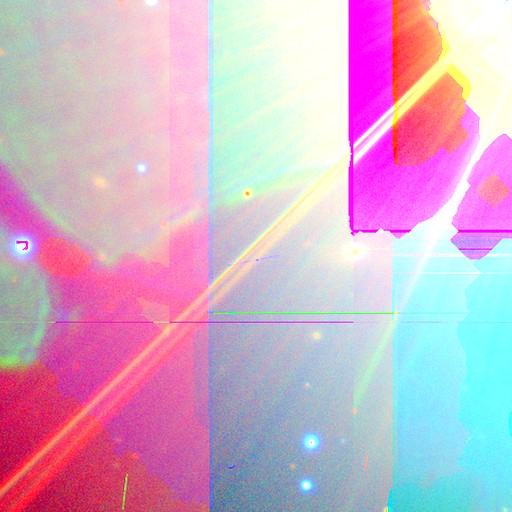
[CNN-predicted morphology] Overall: star or artifact (88%).